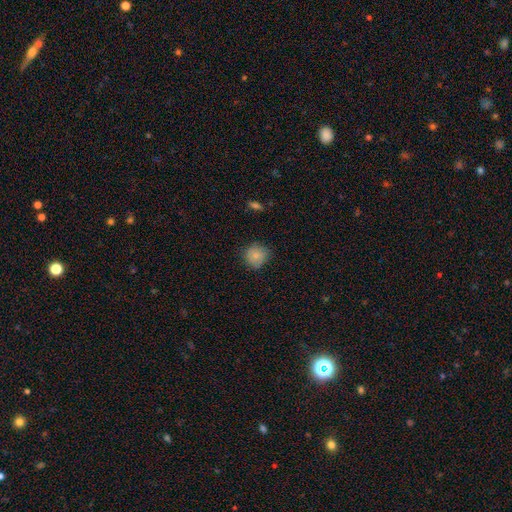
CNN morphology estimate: This appears to be a smooth galaxy with no disk features (83%) that is round (89%). Merging: none (79%).